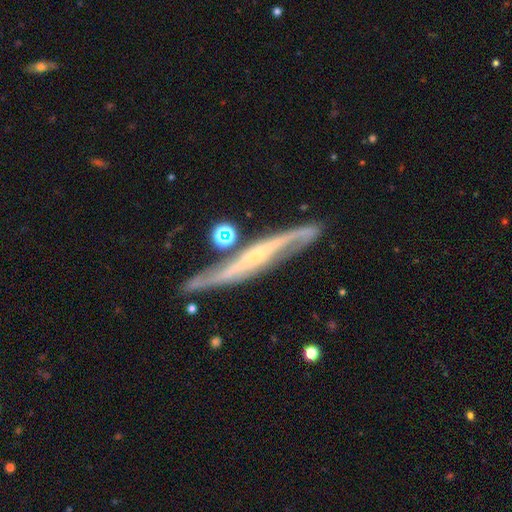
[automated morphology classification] type=featured or disk (85%); edge-on=yes (66%); edge-on bulge=rounded (52%); merging=none (71%).